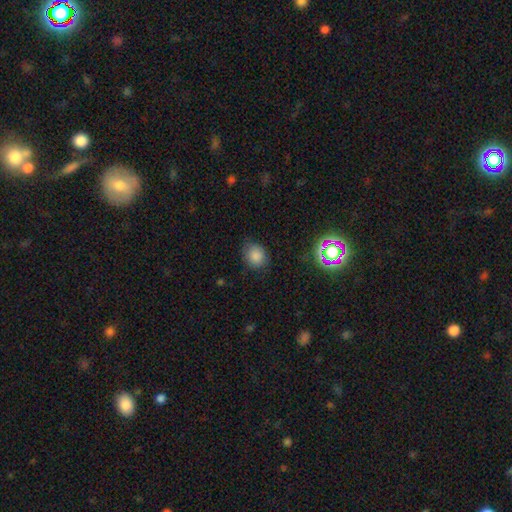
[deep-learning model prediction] smooth 82%, star or artifact 12%, featured or disk 5%. Down the decision tree: how rounded — round (66%); merging — none (79%).